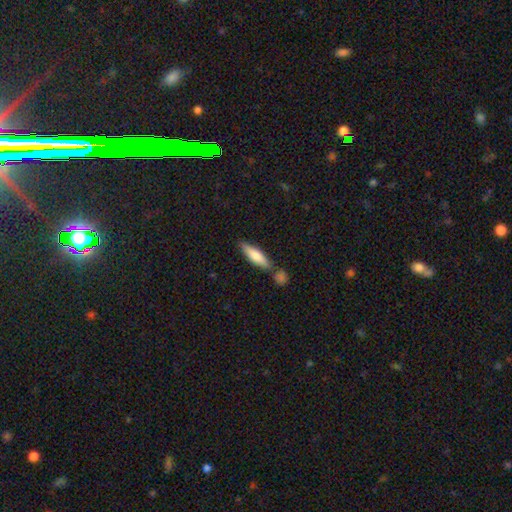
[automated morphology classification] smooth-or-featured: smooth: 72% | featured or disk: 23% | star or artifact: 6%
  how-rounded: cigar-shaped: 66% | in between: 32% | round: 2%
  merging: none: 70% | minor disturbance: 13% | merger: 13% | major disturbance: 3%